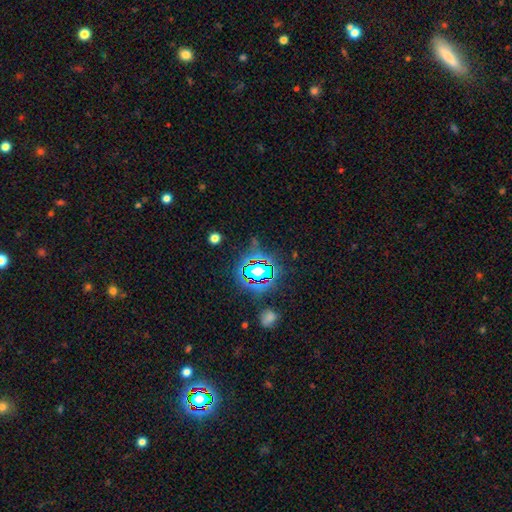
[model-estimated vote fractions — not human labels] This appears to be a star or artifact, not a galaxy (78%).